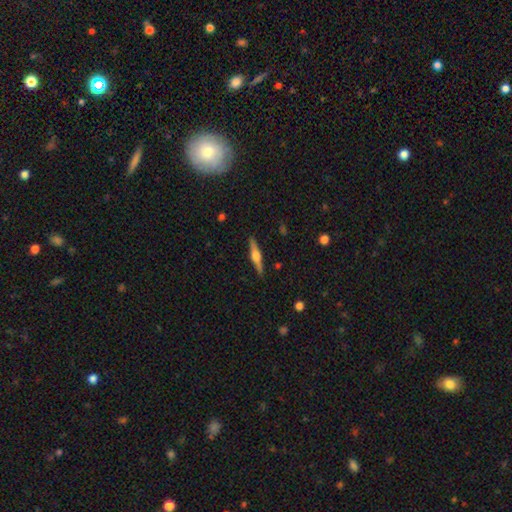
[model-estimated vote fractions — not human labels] Smooth or featured? featured or disk (70%)
Edge-on disk? yes (98%)
Edge-on bulge? rounded (89%)
Merging? none (90%)